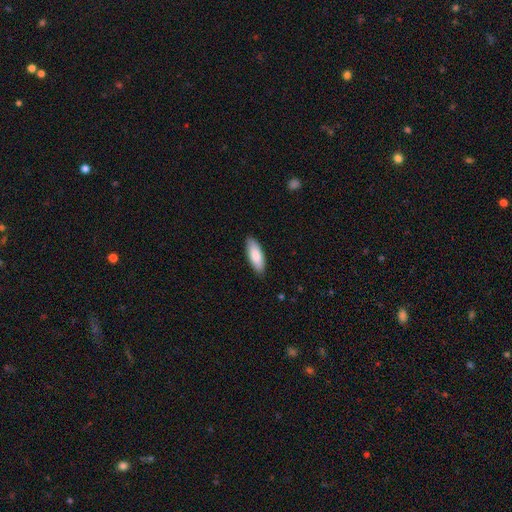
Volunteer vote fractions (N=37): Smooth or featured? 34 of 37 (92%) said smooth. How rounded? 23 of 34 (68%) said in between. Merging? 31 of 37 (84%) said none.